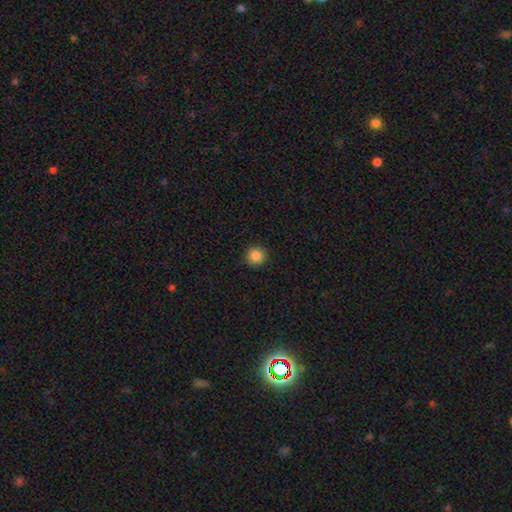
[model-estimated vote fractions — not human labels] A smooth galaxy with no disk features (86%) that is round (94%). Merging: none (90%).